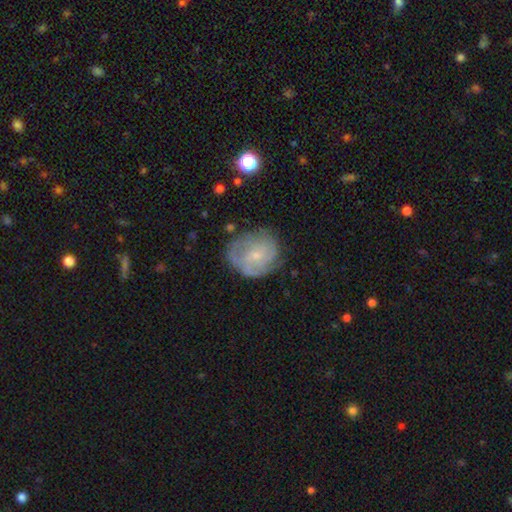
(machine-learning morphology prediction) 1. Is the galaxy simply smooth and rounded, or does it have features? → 65% featured or disk, 28% smooth, 8% star or artifact.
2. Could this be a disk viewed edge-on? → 98% no, 2% yes.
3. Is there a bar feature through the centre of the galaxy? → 67% no, 28% weak, 4% strong.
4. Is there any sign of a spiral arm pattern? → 80% yes, 20% no.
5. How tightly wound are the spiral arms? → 53% tight, 34% medium, 13% loose.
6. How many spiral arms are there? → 46% can't tell, 18% 3, 18% 2, 8% 4, 5% 1, 4% more than 4.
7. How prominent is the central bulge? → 76% small, 18% moderate, 4% none, 1% large, 1% dominant.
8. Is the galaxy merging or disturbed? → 62% none, 24% minor disturbance, 12% major disturbance, 2% merger.